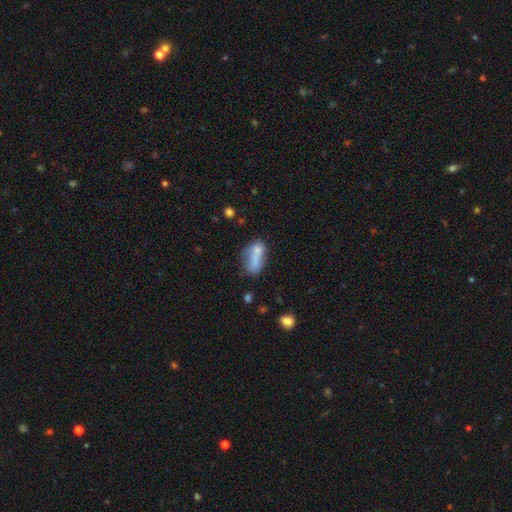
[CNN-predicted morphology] This appears to be a smooth galaxy with no disk features (68%) that is in between round and cigar-shaped (76%). Merging: none (32%).